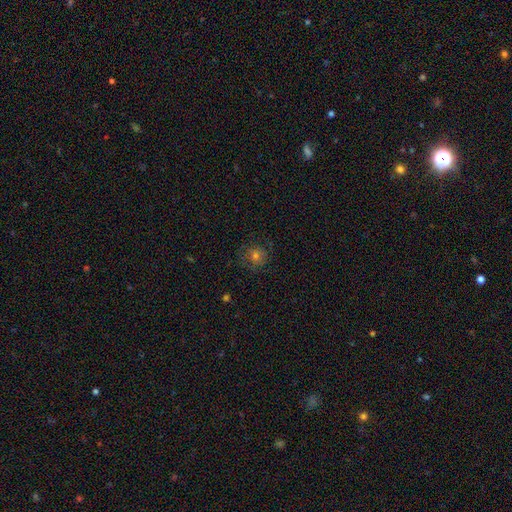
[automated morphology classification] smooth_or_featured: smooth (p=0.58) [alt: featured or disk p=0.22]
how_rounded: round (p=0.90) [alt: in between p=0.09]
merging: none (p=0.78) [alt: minor disturbance p=0.14]